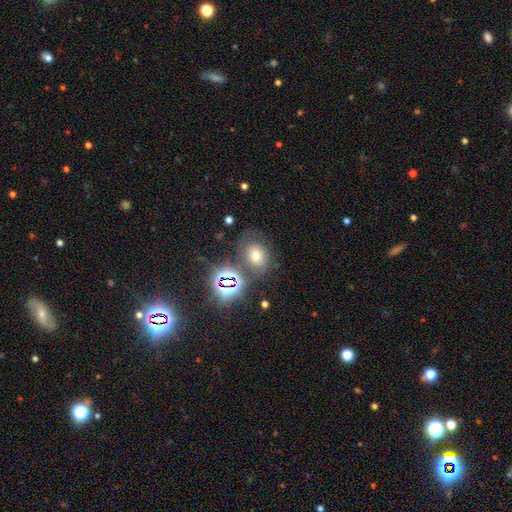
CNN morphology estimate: smooth 53%, star or artifact 29%, featured or disk 18%. Down the decision tree: how rounded — in between (53%); merging — none (62%).